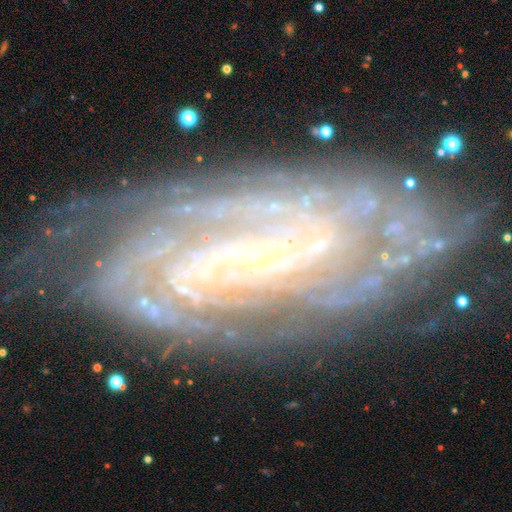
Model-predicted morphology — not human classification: Smooth or featured? Predicted: featured or disk (p=0.88). Edge-on disk? Predicted: no (p=0.94). Bar? Predicted: no (p=0.45). Spiral arms? Predicted: yes (p=0.97). Spiral winding? Predicted: tight (p=0.64). Spiral arm count? Predicted: can't tell (p=0.27). Bulge size? Predicted: small (p=0.81). Merging? Predicted: none (p=0.69).